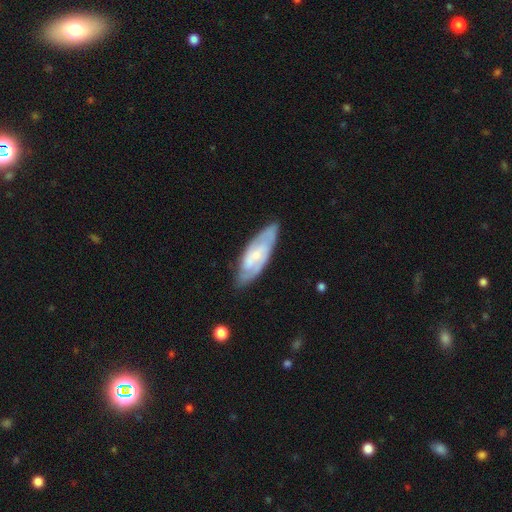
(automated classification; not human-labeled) This appears to be a featured or disk galaxy (71%) with no bar (50%), 2 (53%) tight (50%) spiral arms (89%) and a small central bulge (60%). Merging: none (75%).